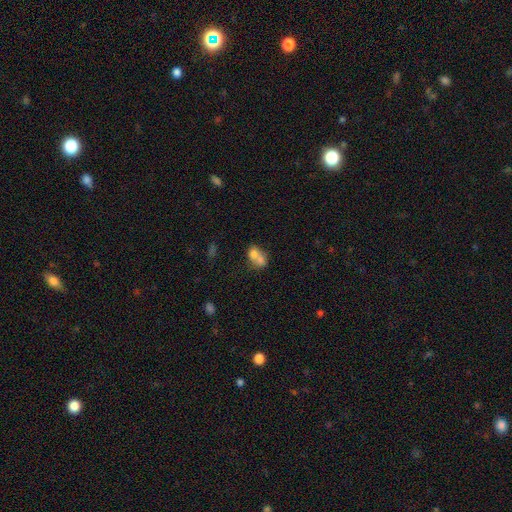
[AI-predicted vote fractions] This is likely a smooth galaxy (68%). How rounded: possibly round (51%). Merging: likely merger (70%).